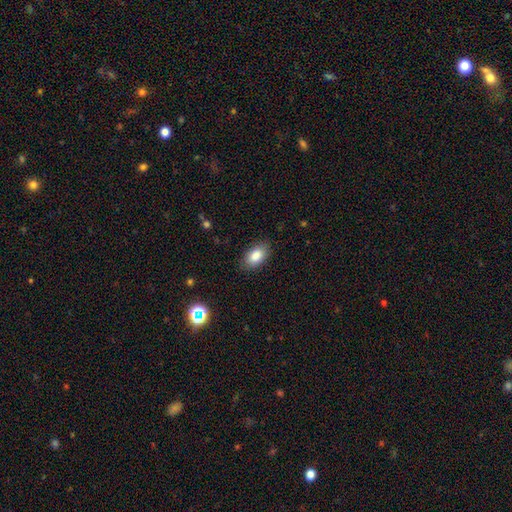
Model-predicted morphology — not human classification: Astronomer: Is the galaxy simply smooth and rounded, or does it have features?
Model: smooth — 85%.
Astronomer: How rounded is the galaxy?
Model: in between — 92%.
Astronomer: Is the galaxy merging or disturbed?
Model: none — 85%.